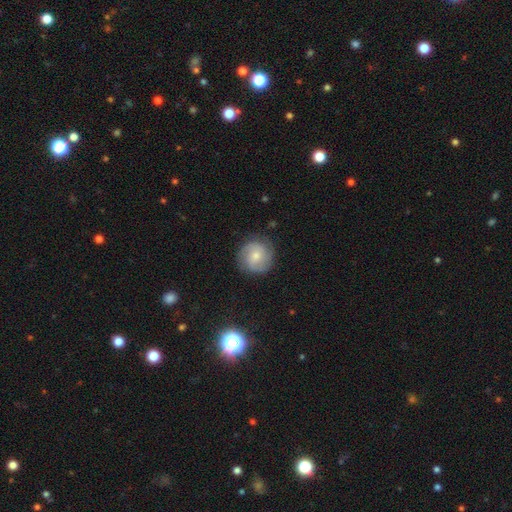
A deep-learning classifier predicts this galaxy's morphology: Smooth or featured: featured or disk — 59% (smooth — 34%)
Edge-on disk: no — 98% (yes — 2%)
Bar: no — 55% (weak — 39%)
Spiral arms: yes — 91% (no — 9%)
Spiral winding: tight — 43% (medium — 42%)
Spiral arm count: 2 — 55% (3 — 17%)
Bulge size: moderate — 51% (small — 42%)
Merging: none — 83% (minor disturbance — 12%)